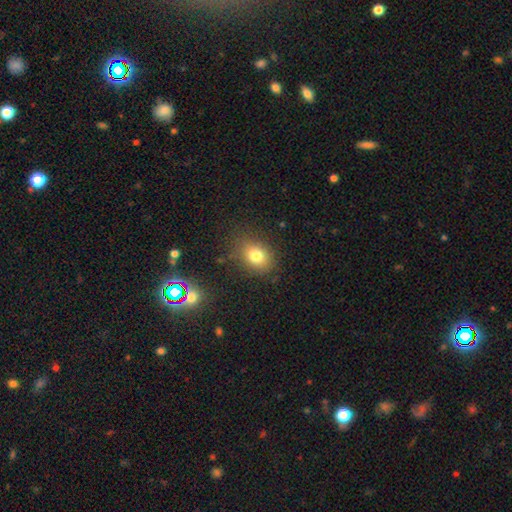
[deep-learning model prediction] A smooth galaxy with no disk features (78%) that is in between round and cigar-shaped (55%).

Vote fractions:
- Smooth or featured? smooth: 78% / star or artifact: 13% / featured or disk: 9%
- How rounded? in between: 55% / round: 44% / cigar-shaped: 1%
- Merging? none: 81% / minor disturbance: 13% / major disturbance: 5% / merger: 2%